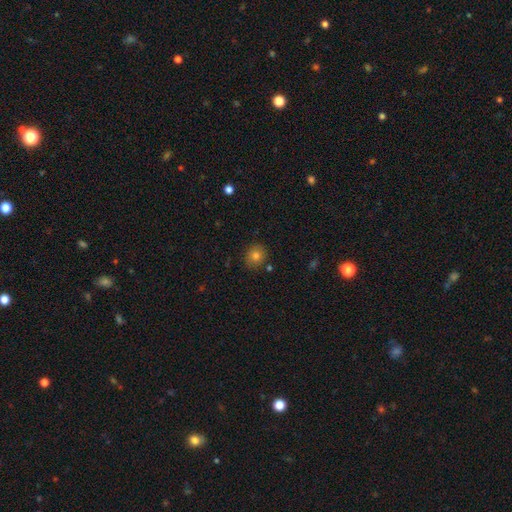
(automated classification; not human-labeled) This is likely a smooth galaxy (78%). How rounded: clearly round (83%). Merging: clearly none (86%).